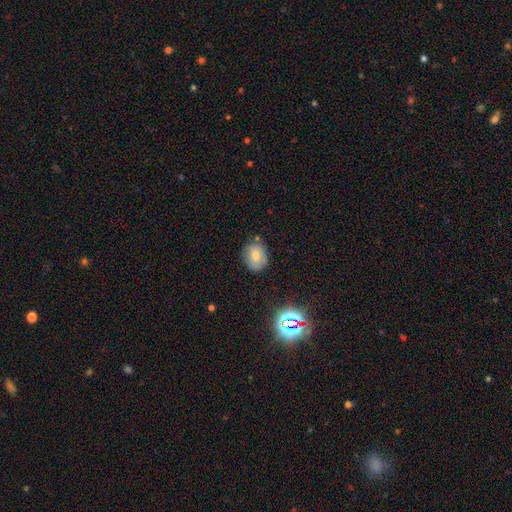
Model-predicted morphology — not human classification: type=smooth (74%); roundness=round (63%); merging=none (77%).